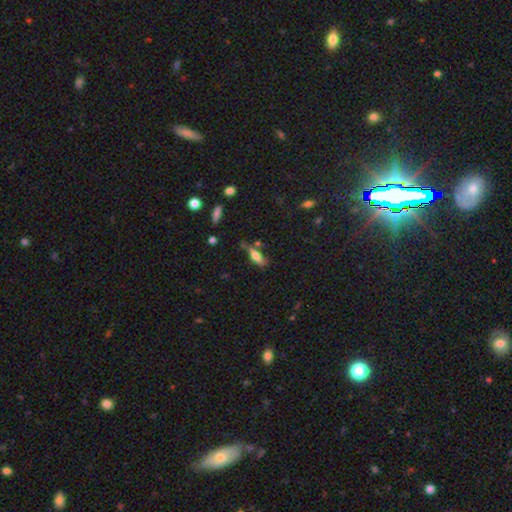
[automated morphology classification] Smooth or featured?
  - smooth: 59% *
  - featured or disk: 32%
  - star or artifact: 9%
How rounded?
  - cigar-shaped: 58% *
  - in between: 39%
  - round: 3%
Merging?
  - none: 57% *
  - minor disturbance: 25%
  - merger: 9%
  - major disturbance: 9%